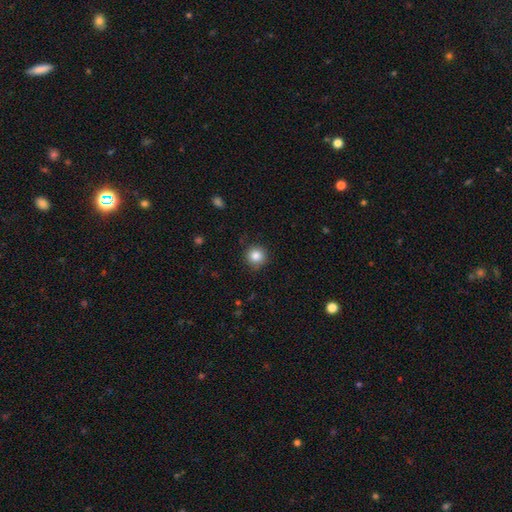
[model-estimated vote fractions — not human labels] A smooth galaxy with no disk features (85%) that is round (94%). Merging: none (87%).